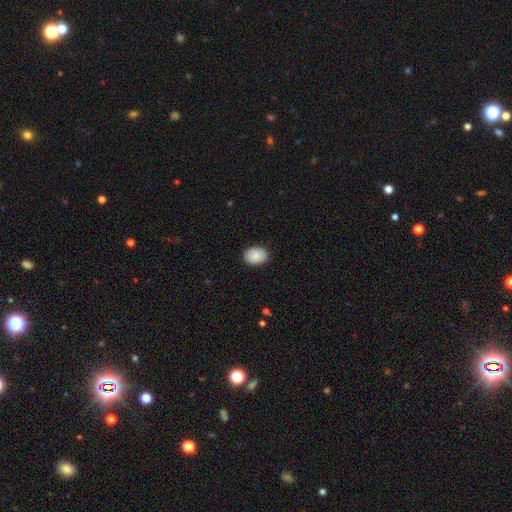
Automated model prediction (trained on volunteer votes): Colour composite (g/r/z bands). It shows a smooth galaxy with no disk features (88%) that is in between round and cigar-shaped (67%). Merging: none (88%).